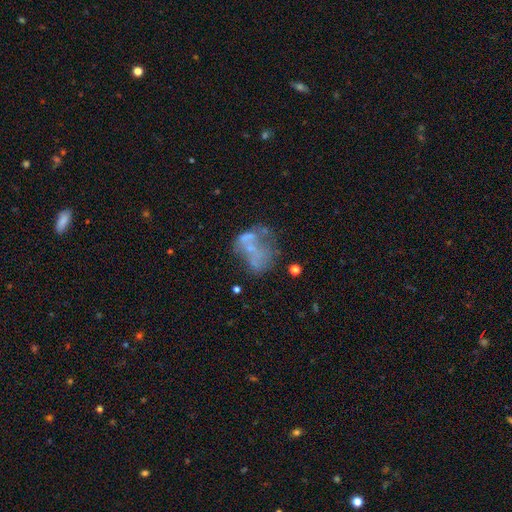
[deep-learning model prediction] Overall: featured or disk (54%; smooth 31%). Edge-on disk: no (98%). Bar: no (89%). Spiral arms: no (92%). Bulge size: none (69%). Merging: major disturbance (29%; none 28%).